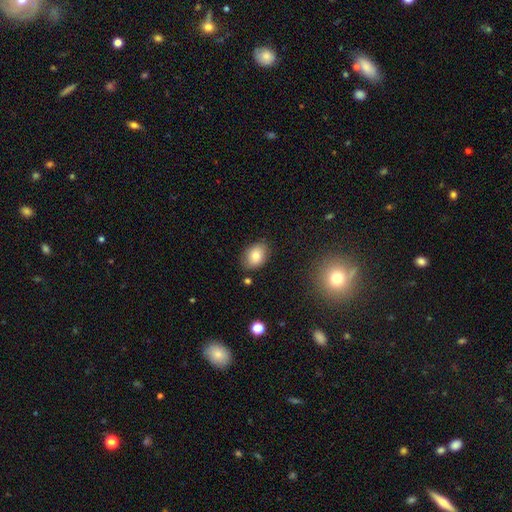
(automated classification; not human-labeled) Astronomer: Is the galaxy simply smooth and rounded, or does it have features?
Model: smooth — 80%.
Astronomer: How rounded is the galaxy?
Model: in between — 74%.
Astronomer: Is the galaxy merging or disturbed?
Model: none — 80%.